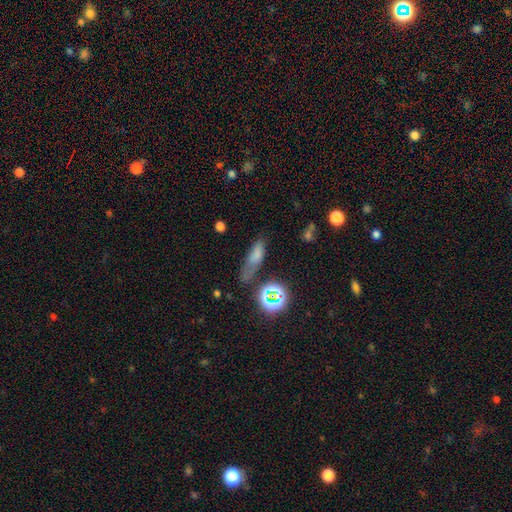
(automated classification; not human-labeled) Smooth or featured: smooth — 65% (star or artifact — 20%)
How rounded: cigar-shaped — 51% (in between — 41%)
Merging: none — 50% (minor disturbance — 26%)